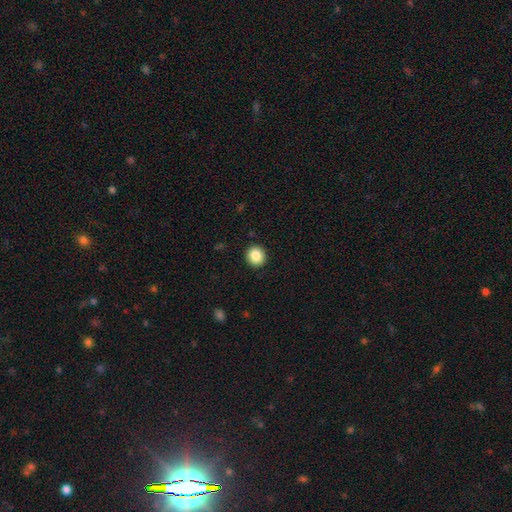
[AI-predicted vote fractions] smooth 86%, star or artifact 9%, featured or disk 5%. Down the decision tree: how rounded — round (89%); merging — none (92%).